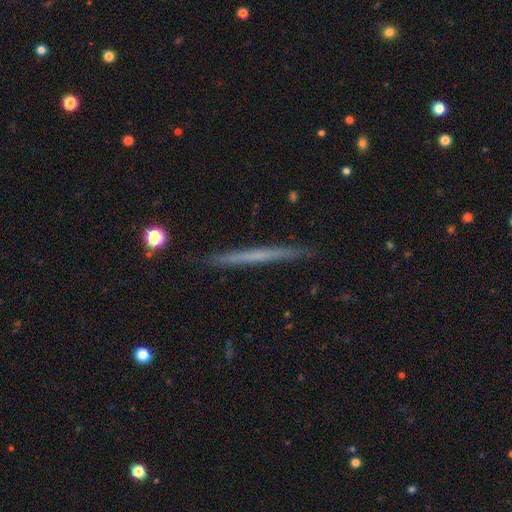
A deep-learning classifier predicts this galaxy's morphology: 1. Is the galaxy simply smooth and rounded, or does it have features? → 49% featured or disk, 45% smooth, 6% star or artifact.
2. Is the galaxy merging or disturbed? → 91% none, 6% minor disturbance, 1% major disturbance, 1% merger.